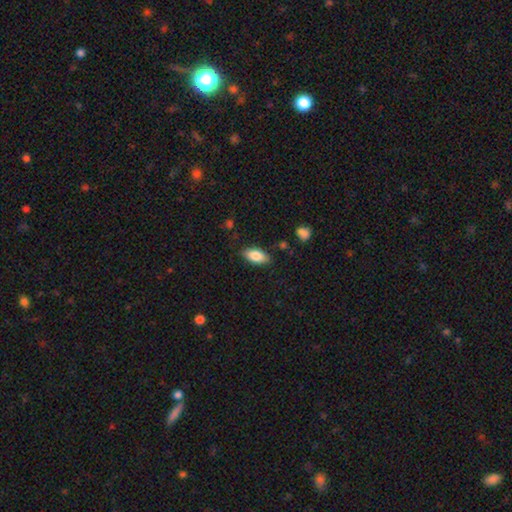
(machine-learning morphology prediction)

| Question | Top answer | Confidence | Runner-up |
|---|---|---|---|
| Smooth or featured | smooth | 83% | featured or disk (10%) |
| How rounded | in between | 89% | cigar-shaped (8%) |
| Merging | none | 84% | minor disturbance (12%) |